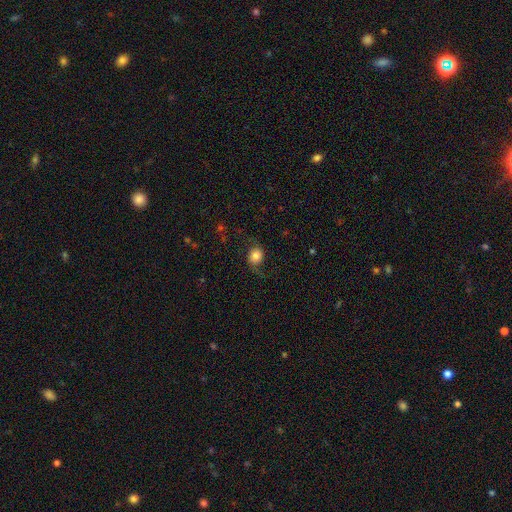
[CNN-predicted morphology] Smooth or featured?
  - smooth: 52% *
  - featured or disk: 37%
  - star or artifact: 11%
How rounded?
  - round: 72% *
  - in between: 27%
  - cigar-shaped: 1%
Merging?
  - none: 70% *
  - minor disturbance: 16%
  - major disturbance: 12%
  - merger: 1%